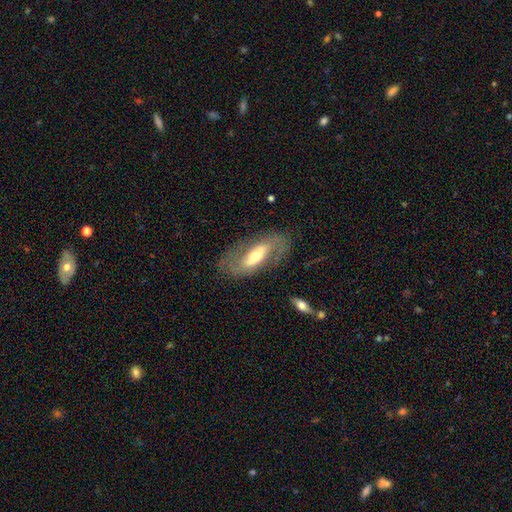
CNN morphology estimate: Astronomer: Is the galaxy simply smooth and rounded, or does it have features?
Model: featured or disk — 69%.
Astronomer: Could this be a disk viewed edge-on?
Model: no — 82%.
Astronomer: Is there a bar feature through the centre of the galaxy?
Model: strong — 50% (runner-up: weak, 28%).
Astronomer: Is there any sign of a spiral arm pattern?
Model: yes — 70%.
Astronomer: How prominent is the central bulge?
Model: moderate — 60%.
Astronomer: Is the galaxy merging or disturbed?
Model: none — 70%.